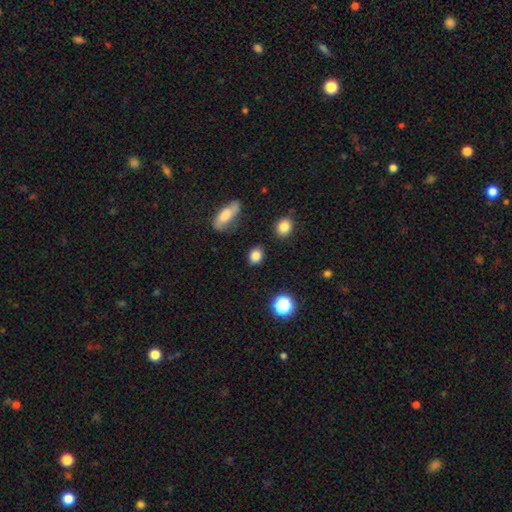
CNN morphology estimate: Smooth or featured?
  - smooth: 84% *
  - star or artifact: 11%
  - featured or disk: 5%
How rounded?
  - round: 57% *
  - in between: 41%
  - cigar-shaped: 2%
Merging?
  - none: 85% *
  - minor disturbance: 10%
  - major disturbance: 3%
  - merger: 3%